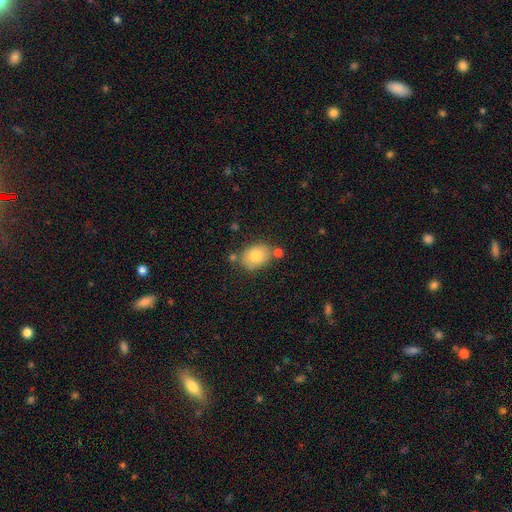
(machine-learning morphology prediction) Q: Smooth or featured?
A: smooth (77%); runner-up: featured or disk (14%)
Q: How rounded?
A: in between (68%); runner-up: round (31%)
Q: Merging?
A: none (70%); runner-up: minor disturbance (15%)